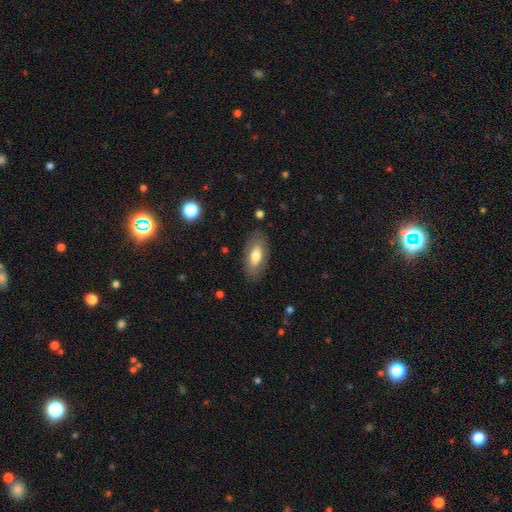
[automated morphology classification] smooth 70%, featured or disk 24%, star or artifact 7%. Down the decision tree: how rounded — in between (89%); merging — none (83%).